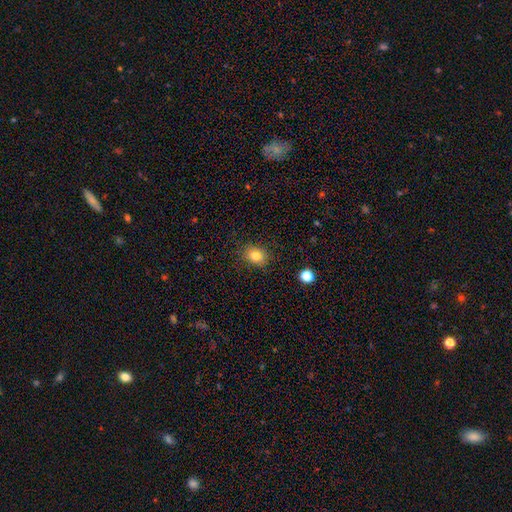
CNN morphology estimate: Smooth or featured: smooth — 82% (star or artifact — 11%)
How rounded: round — 50% (in between — 49%)
Merging: none — 85% (minor disturbance — 11%)